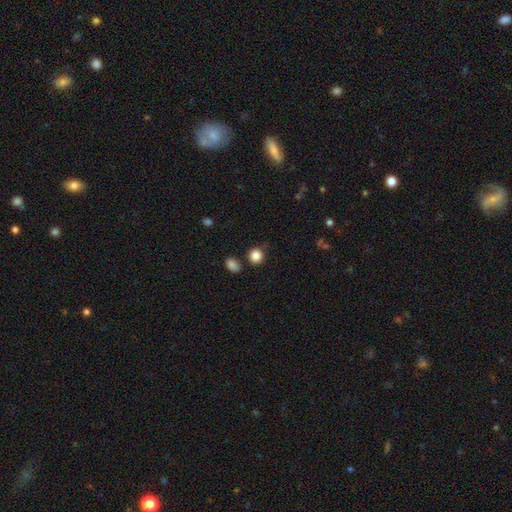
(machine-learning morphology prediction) smooth 86%, star or artifact 10%, featured or disk 4%. Down the decision tree: how rounded — round (84%); merging — none (78%).